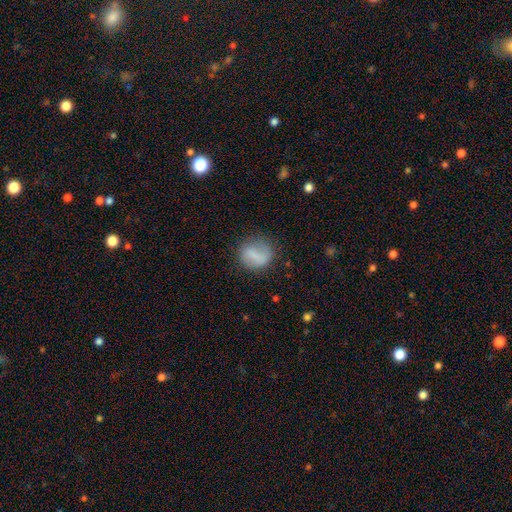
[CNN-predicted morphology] The model was most divided on "smooth or featured": smooth: 63%, featured or disk: 28%, star or artifact: 8%. More confident: how rounded — round (71%); merging — none (70%).